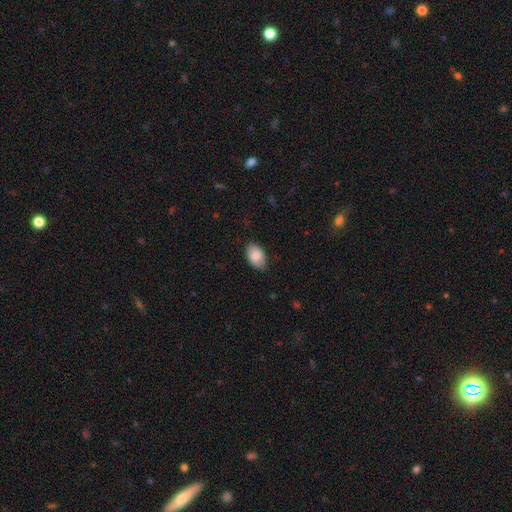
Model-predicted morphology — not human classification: A smooth galaxy with no disk features (85%) that is in between round and cigar-shaped (90%).

Vote fractions:
- Smooth or featured? smooth: 85% / featured or disk: 8% / star or artifact: 6%
- How rounded? in between: 90% / round: 9% / cigar-shaped: 1%
- Merging? none: 84% / minor disturbance: 13% / major disturbance: 2% / merger: 1%